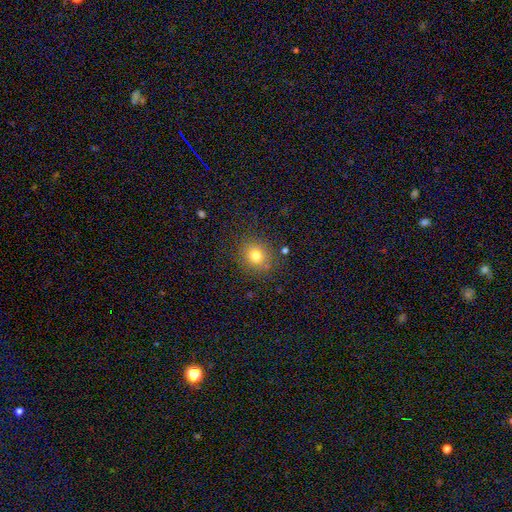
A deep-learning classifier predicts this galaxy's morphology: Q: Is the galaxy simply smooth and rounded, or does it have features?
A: smooth — 76%.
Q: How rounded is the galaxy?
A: round — 79%.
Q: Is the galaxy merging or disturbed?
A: none — 84%.